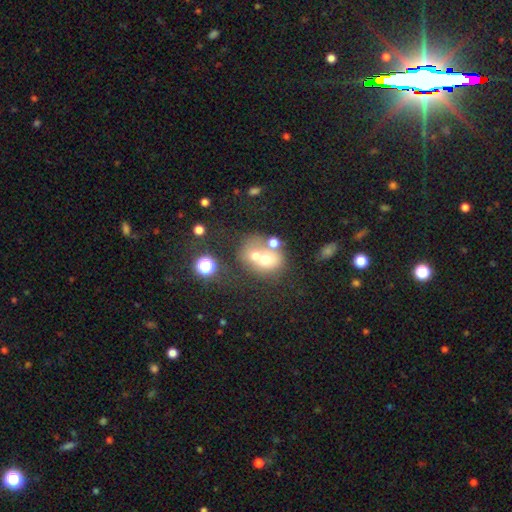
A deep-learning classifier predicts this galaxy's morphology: smooth 57%, featured or disk 27%, star or artifact 16%. Down the decision tree: how rounded — round (69%); merging — merger (57%).